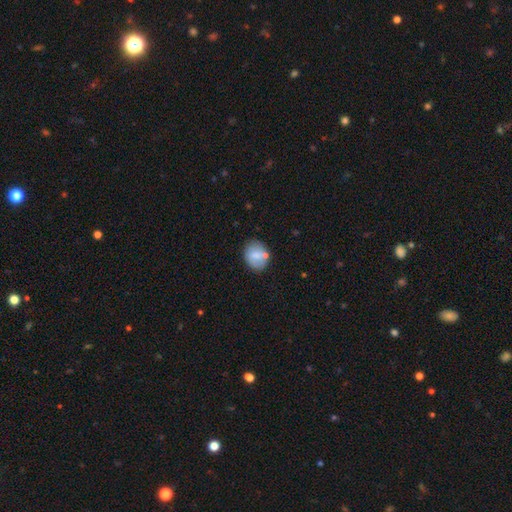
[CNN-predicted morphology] Smooth or featured? Predicted: smooth (p=0.70). How rounded? Predicted: round (p=0.53). Merging? Predicted: none (p=0.67).